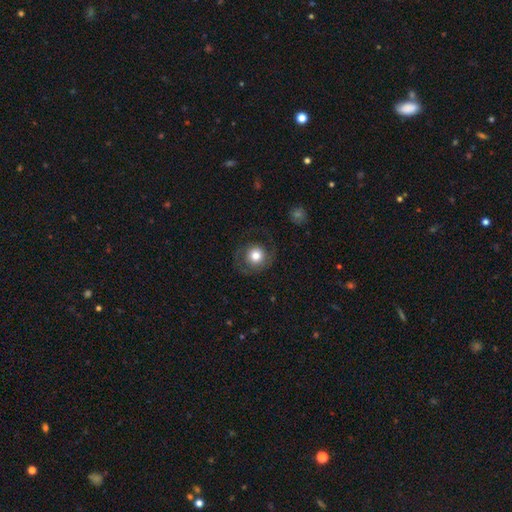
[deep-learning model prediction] Morphology: type=smooth (62%); roundness=round (88%); merging=none (69%).